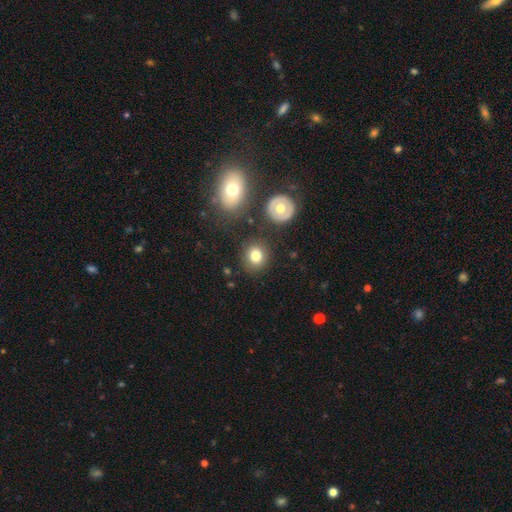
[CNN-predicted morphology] smooth-or-featured: smooth: 78% | featured or disk: 12% | star or artifact: 10%
  how-rounded: round: 79% | in between: 20% | cigar-shaped: 1%
  merging: none: 82% | minor disturbance: 10% | merger: 5% | major disturbance: 4%